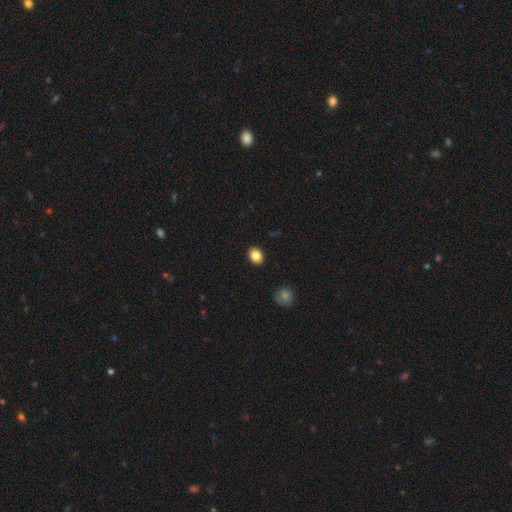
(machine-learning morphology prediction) A smooth galaxy with no disk features (86%) that is in between round and cigar-shaped (58%). Merging: none (91%).